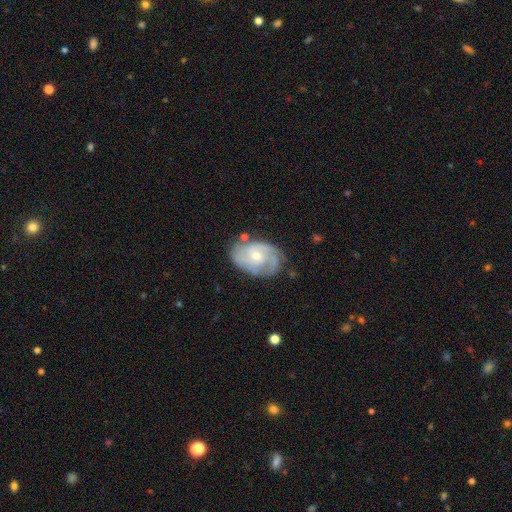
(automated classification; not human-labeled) Smooth or featured? Predicted: featured or disk (p=0.76). Edge-on disk? Predicted: no (p=0.97). Bar? Predicted: no (p=0.70). Spiral arms? Predicted: yes (p=0.91). Spiral winding? Predicted: tight (p=0.50). Spiral arm count? Predicted: 2 (p=0.38). Bulge size? Predicted: small (p=0.49). Merging? Predicted: none (p=0.68).